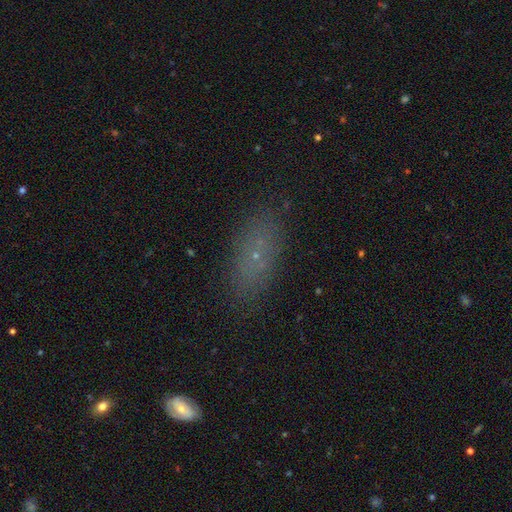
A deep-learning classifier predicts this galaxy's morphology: Overall: smooth (64%). How rounded: in between (79%). Merging: none (83%).